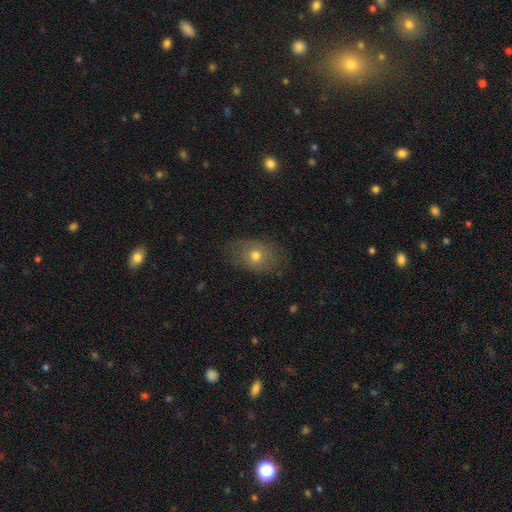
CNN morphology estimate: Smooth or featured? smooth (64%)
How rounded? in between (71%)
Merging? none (71%)